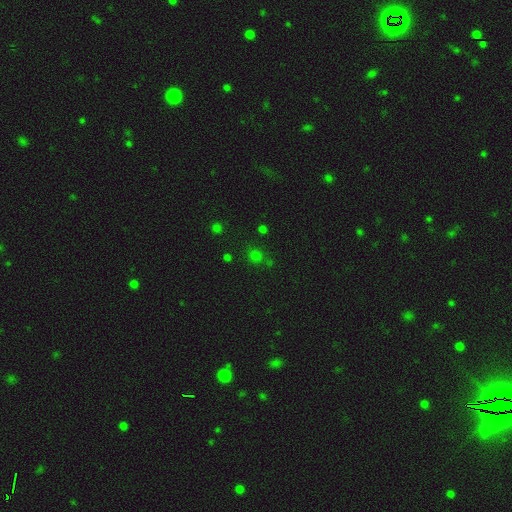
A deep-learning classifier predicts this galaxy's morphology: Smooth or featured? Predicted: smooth (p=0.62). How rounded? Predicted: round (p=0.83). Merging? Predicted: none (p=0.75).